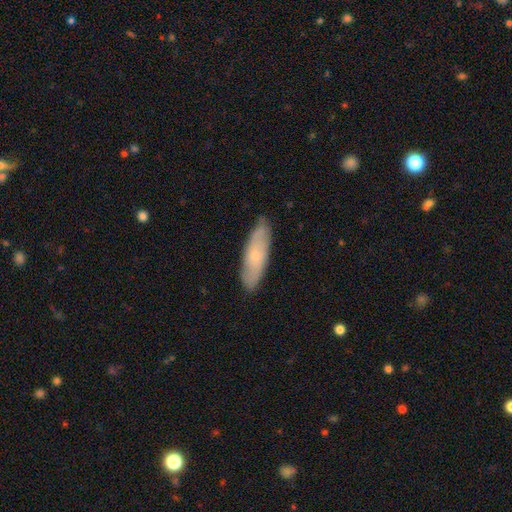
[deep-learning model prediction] This appears to be a smooth galaxy with no disk features (53%) that is cigar-shaped (51%). Merging: none (84%).